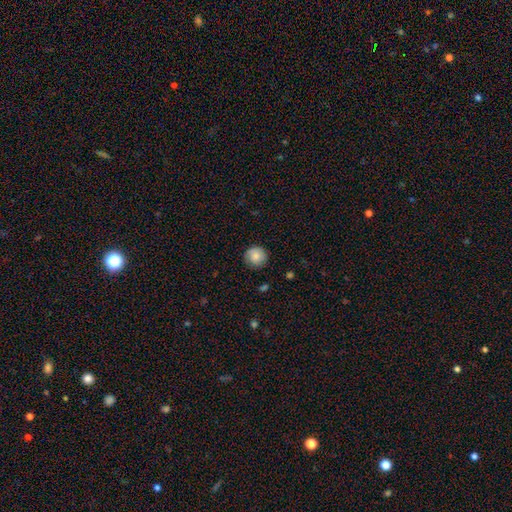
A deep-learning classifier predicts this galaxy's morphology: type=smooth (80%); roundness=round (93%); merging=none (82%).